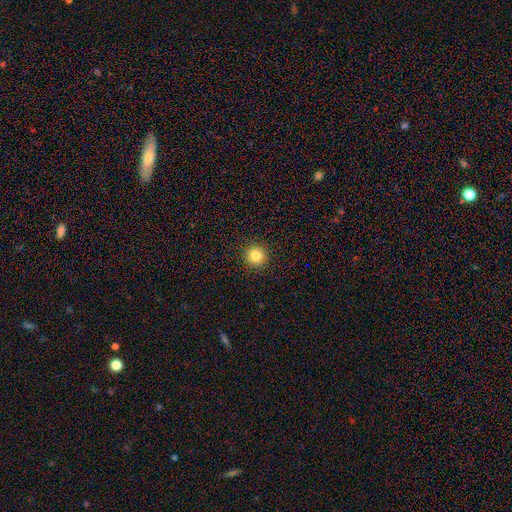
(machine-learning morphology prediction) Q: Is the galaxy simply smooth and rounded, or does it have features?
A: smooth — 83%.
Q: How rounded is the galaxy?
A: round — 95%.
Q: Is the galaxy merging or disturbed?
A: none — 93%.